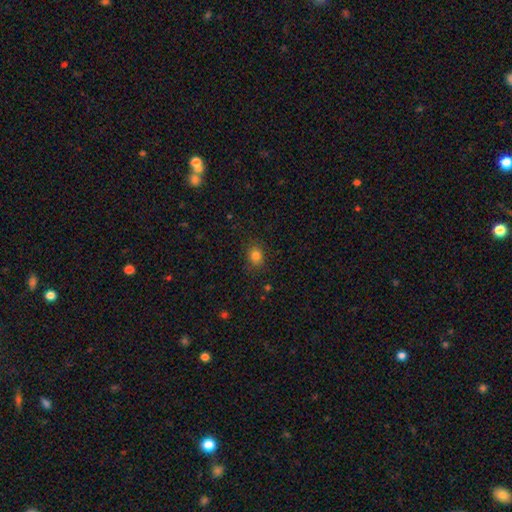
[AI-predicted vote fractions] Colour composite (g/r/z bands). It shows a smooth galaxy with no disk features (82%) that is round (56%). Merging: none (85%).